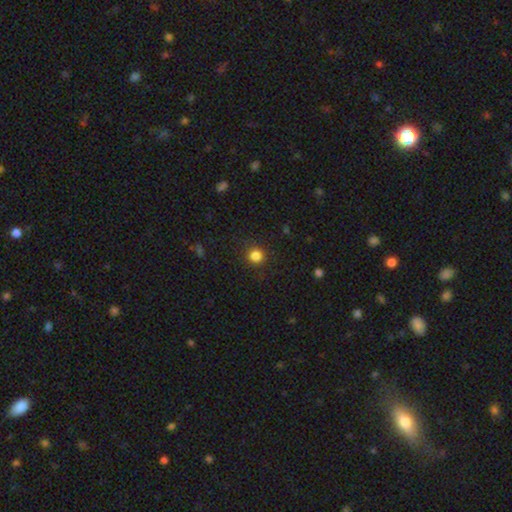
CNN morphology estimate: A smooth galaxy with no disk features (84%) that is round (91%).

Vote fractions:
- Smooth or featured? smooth: 84% / star or artifact: 12% / featured or disk: 4%
- How rounded? round: 91% / in between: 8% / cigar-shaped: 1%
- Merging? none: 88% / minor disturbance: 8% / major disturbance: 3% / merger: 1%